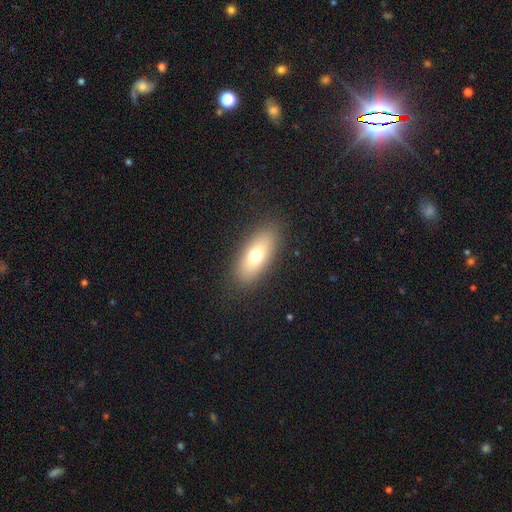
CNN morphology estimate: type=smooth (70%); roundness=in between (77%); merging=none (87%).